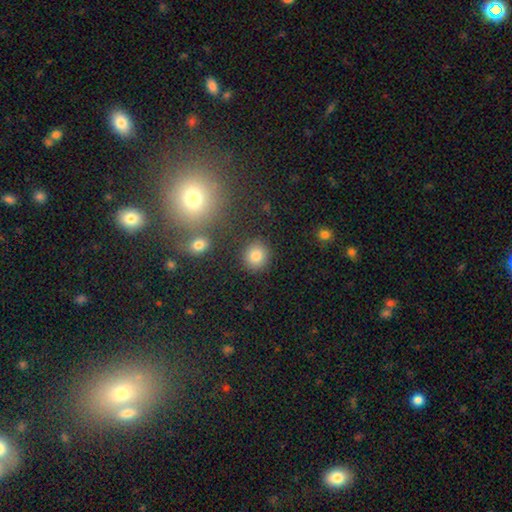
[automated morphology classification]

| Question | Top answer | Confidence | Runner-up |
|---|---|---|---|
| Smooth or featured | smooth | 82% | star or artifact (12%) |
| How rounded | round | 86% | in between (13%) |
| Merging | none | 86% | minor disturbance (8%) |